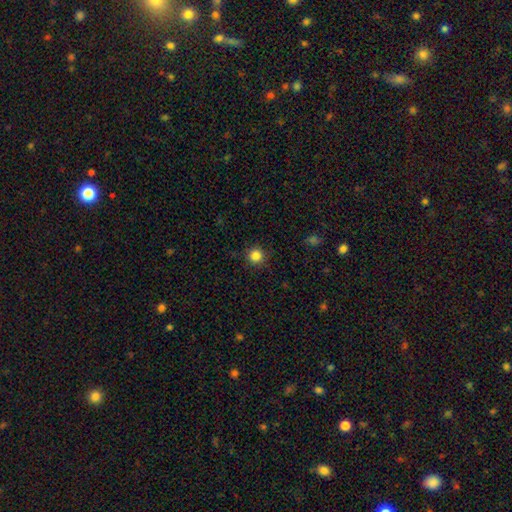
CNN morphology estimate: Smooth or featured? Predicted: smooth (p=0.85). How rounded? Predicted: round (p=0.95). Merging? Predicted: none (p=0.89).